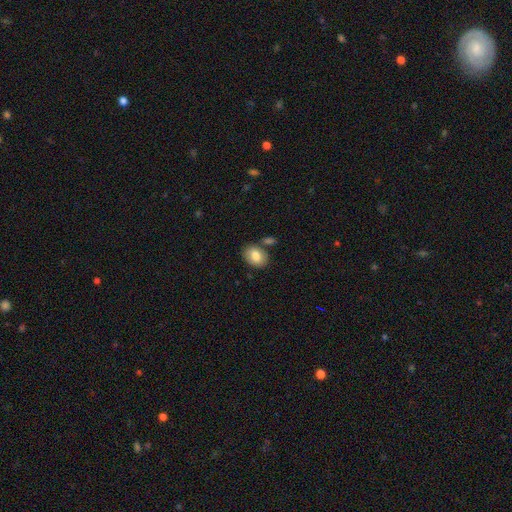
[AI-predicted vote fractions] Smooth or featured? Predicted: smooth (p=0.82). How rounded? Predicted: in between (p=0.71). Merging? Predicted: none (p=0.75).